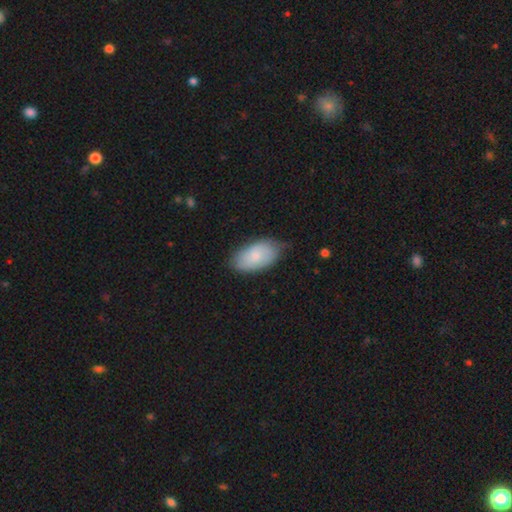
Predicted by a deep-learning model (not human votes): Smooth or featured: smooth — 76% (featured or disk — 18%)
How rounded: in between — 94% (round — 4%)
Merging: none — 67% (minor disturbance — 28%)